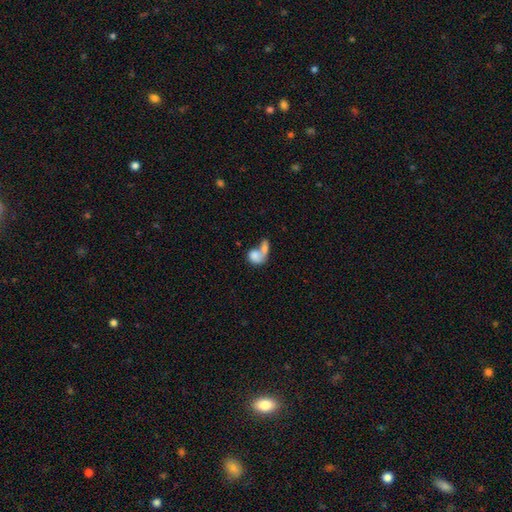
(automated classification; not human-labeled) Morphology: type=smooth (69%); roundness=in between (63%); merging=merger (69%).